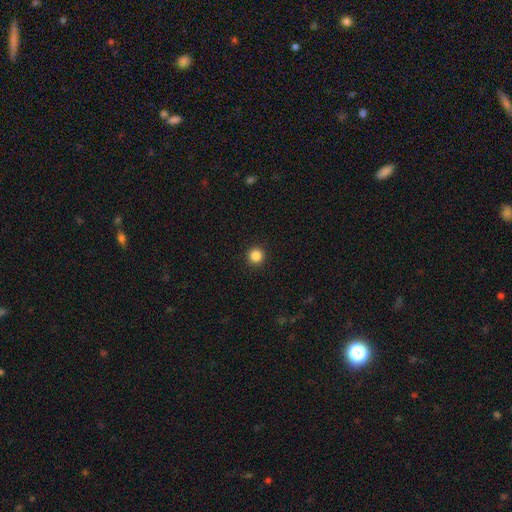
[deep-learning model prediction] This is clearly a smooth galaxy (86%). How rounded: clearly round (96%). Merging: clearly none (93%).